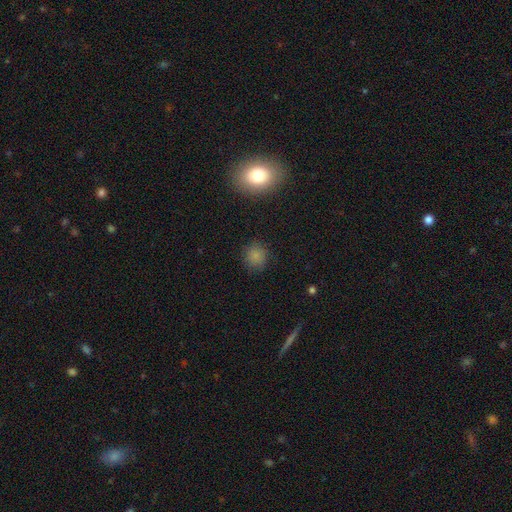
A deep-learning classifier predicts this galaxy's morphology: smooth_or_featured: smooth (p=0.81) [alt: star or artifact p=0.14]
how_rounded: round (p=0.89) [alt: in between p=0.10]
merging: none (p=0.86) [alt: minor disturbance p=0.10]